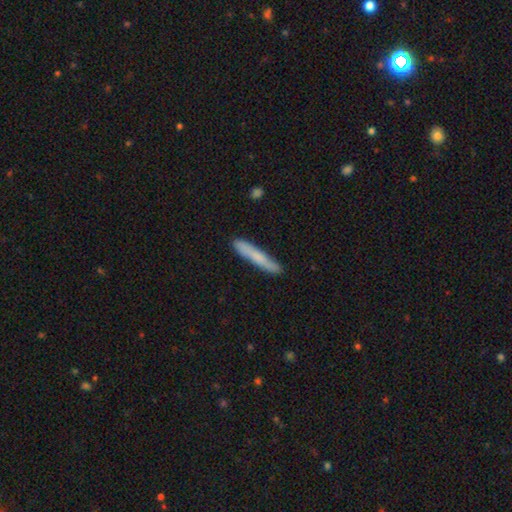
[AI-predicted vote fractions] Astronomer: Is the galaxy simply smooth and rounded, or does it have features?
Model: smooth — 71%.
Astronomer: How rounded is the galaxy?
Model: cigar-shaped — 95%.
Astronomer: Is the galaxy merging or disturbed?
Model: none — 86%.